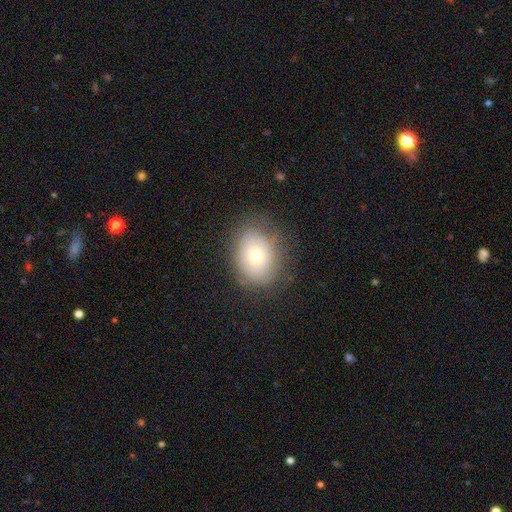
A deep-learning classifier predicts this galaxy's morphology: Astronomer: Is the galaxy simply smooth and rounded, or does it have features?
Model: smooth — 66%.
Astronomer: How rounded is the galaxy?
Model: in between — 59% (runner-up: round, 40%).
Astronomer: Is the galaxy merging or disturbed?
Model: none — 72%.